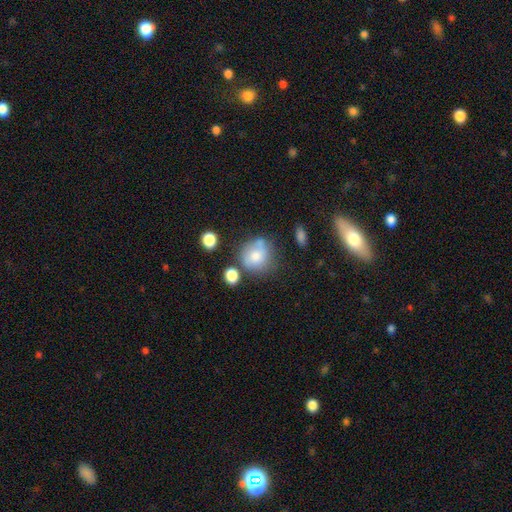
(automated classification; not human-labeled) Smooth or featured? Predicted: smooth (p=0.69). How rounded? Predicted: round (p=0.81). Merging? Predicted: none (p=0.51).